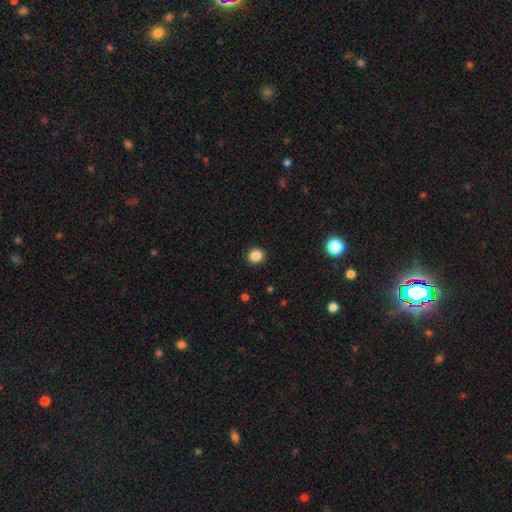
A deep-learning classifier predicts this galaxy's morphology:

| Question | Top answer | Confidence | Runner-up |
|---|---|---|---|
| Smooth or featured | smooth | 86% | star or artifact (11%) |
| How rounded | round | 86% | in between (13%) |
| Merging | none | 92% | minor disturbance (5%) |